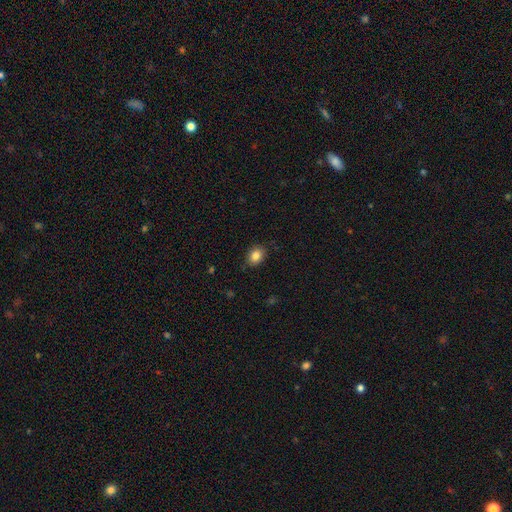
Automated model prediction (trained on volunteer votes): Smooth or featured?
  - smooth: 85% *
  - star or artifact: 9%
  - featured or disk: 6%
How rounded?
  - in between: 59% *
  - round: 40%
  - cigar-shaped: 1%
Merging?
  - none: 85% *
  - minor disturbance: 11%
  - major disturbance: 2%
  - merger: 1%